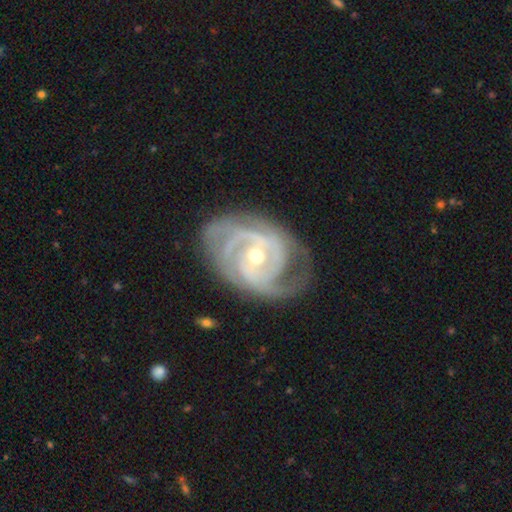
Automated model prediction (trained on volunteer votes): A featured or disk galaxy (91%) with no bar (52%), 3 (35%, tied with 2) tight (63%) spiral arms (97%) and a moderate central bulge (62%).

Vote fractions:
- Smooth or featured? featured or disk: 91% / smooth: 5% / star or artifact: 4%
- Edge-on disk? no: 97% / yes: 3%
- Bar? no: 52% / weak: 33% / strong: 15%
- Spiral arms? yes: 97% / no: 3%
- Spiral winding? tight: 63% / medium: 31% / loose: 6%
- Spiral arm count? 3: 35% (tied) / 2: 35% (tied) / can't tell: 15% / 4: 7% / 1: 5% / more than 4: 4%
- Bulge size? moderate: 62% / small: 34% / large: 2% / none: 1% / dominant: 1%
- Merging? none: 71% / minor disturbance: 19% / major disturbance: 8% / merger: 1%